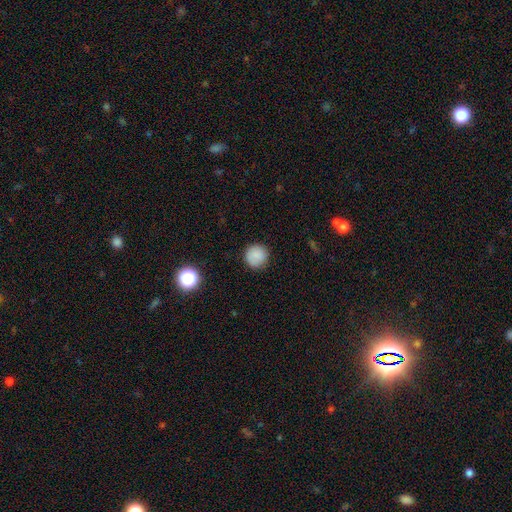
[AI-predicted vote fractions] smooth_or_featured: smooth (p=0.85) [alt: star or artifact p=0.10]
how_rounded: round (p=0.94) [alt: in between p=0.05]
merging: none (p=0.88) [alt: minor disturbance p=0.08]